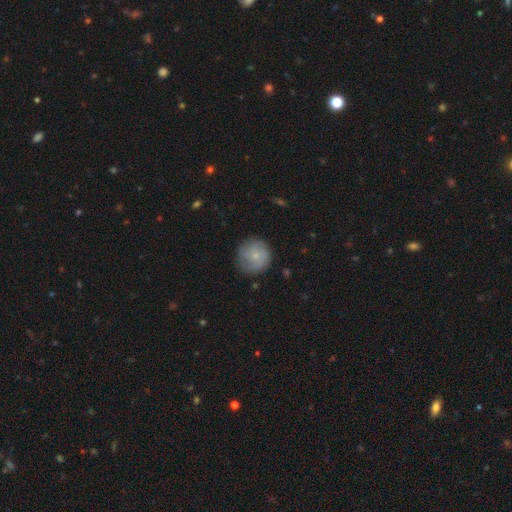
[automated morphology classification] Smooth or featured? smooth (62%)
How rounded? round (94%)
Merging? none (78%)